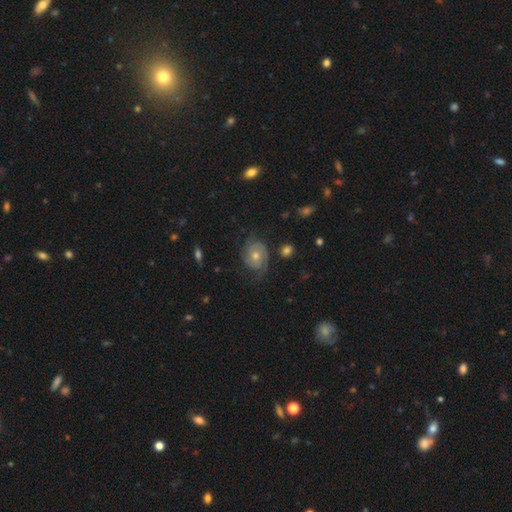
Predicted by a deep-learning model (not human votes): This appears to be a featured or disk galaxy (70%) with no bar (79%), 2 (58%) tight (47%) spiral arms (90%) and a moderate central bulge (63%). Merging: none (63%).